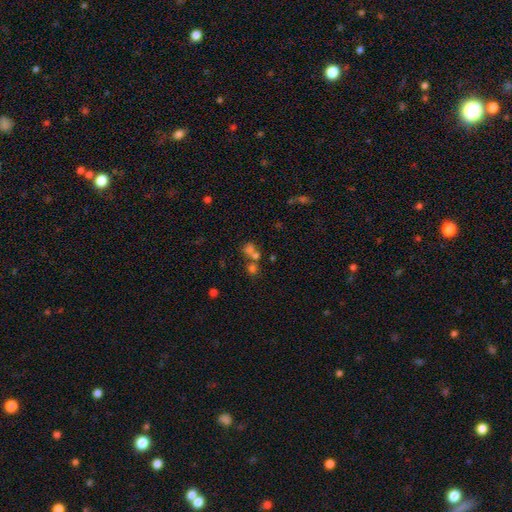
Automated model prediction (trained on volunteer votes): smooth_or_featured: smooth (p=0.46) [alt: star or artifact p=0.40]
merging: none (p=0.50) [alt: merger p=0.38]